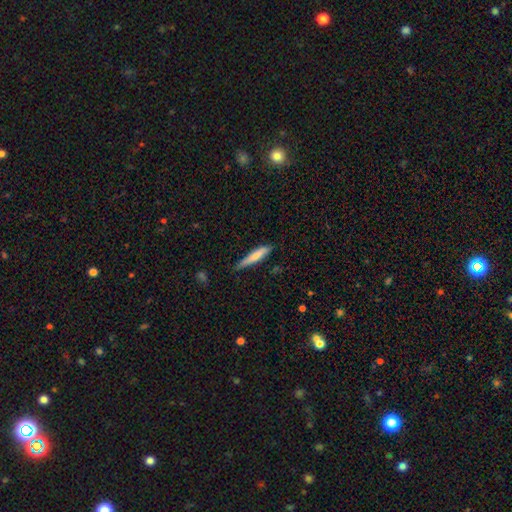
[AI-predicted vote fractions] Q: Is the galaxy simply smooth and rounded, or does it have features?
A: smooth — 72%.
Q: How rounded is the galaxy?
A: cigar-shaped — 88%.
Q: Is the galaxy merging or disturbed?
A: none — 73%.